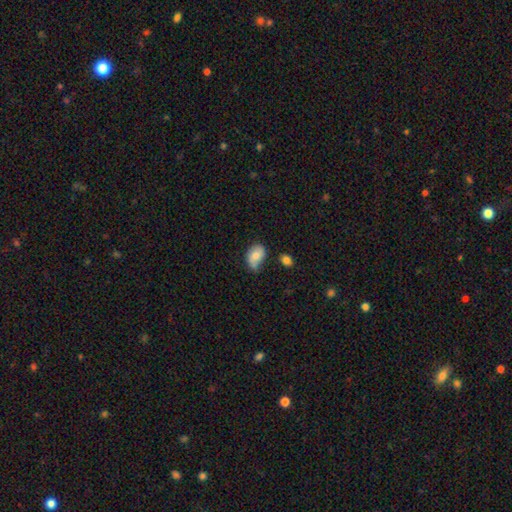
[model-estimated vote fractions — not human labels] Smooth or featured: smooth — 71% (featured or disk — 21%)
How rounded: in between — 77% (round — 22%)
Merging: none — 45% (minor disturbance — 38%)